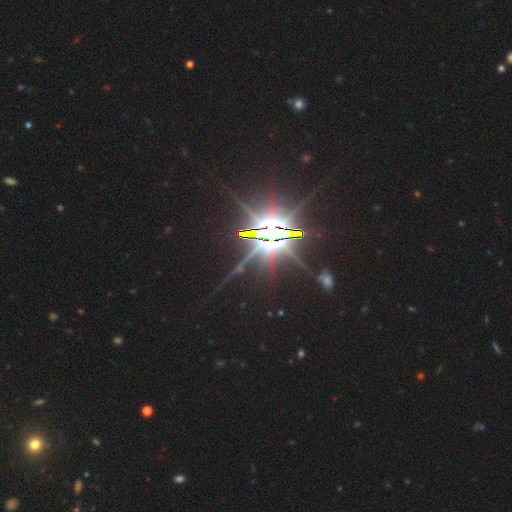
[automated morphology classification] Overall: star or artifact (83%).